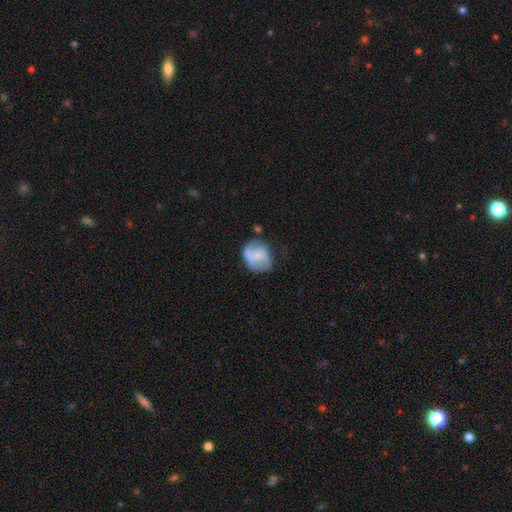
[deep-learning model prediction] smooth_or_featured: smooth (p=0.59) [alt: featured or disk p=0.33]
how_rounded: round (p=0.58) [alt: in between p=0.41]
merging: none (p=0.44) [alt: minor disturbance p=0.29]